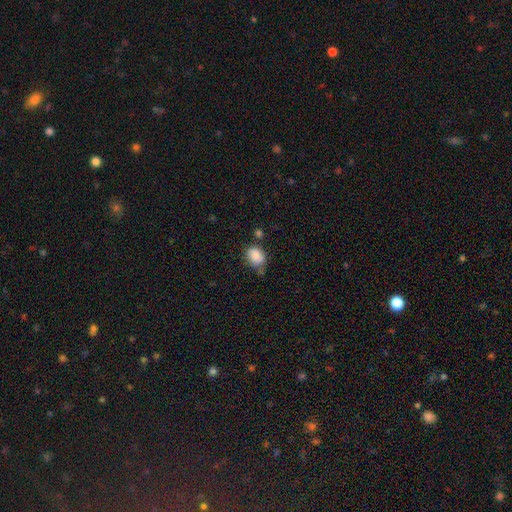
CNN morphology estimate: type=smooth (84%); roundness=in between (61%); merging=none (54%).